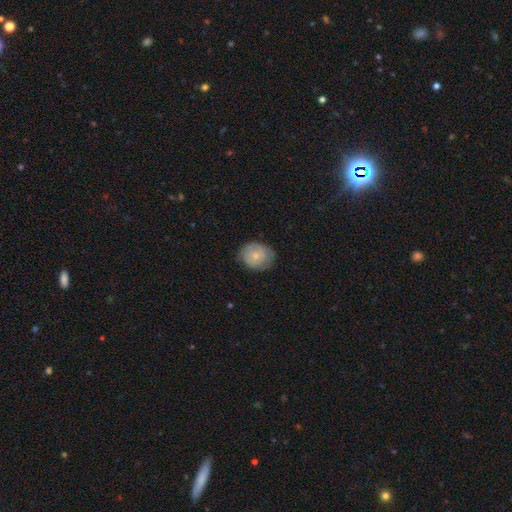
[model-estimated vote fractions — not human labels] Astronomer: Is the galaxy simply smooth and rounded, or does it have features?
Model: smooth — 63%.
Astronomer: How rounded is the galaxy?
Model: round — 68%.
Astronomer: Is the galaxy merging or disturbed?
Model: none — 71%.